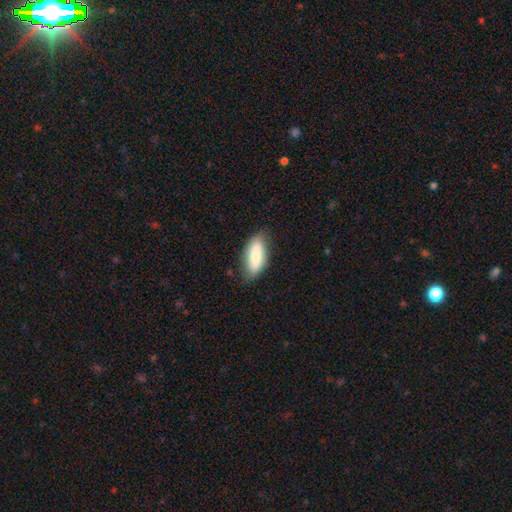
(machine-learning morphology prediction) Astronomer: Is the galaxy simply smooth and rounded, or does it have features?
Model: smooth — 77%.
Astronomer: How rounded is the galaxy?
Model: in between — 82%.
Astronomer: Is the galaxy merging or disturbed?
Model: none — 77%.